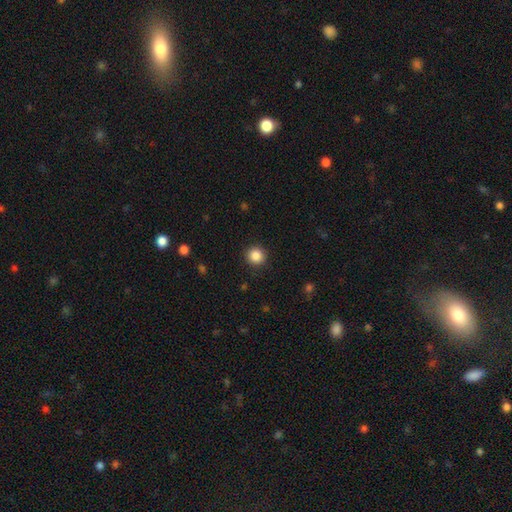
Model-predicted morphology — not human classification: The model was most divided on "smooth or featured": smooth: 86%, star or artifact: 10%, featured or disk: 4%. More confident: how rounded — round (94%); merging — none (92%).